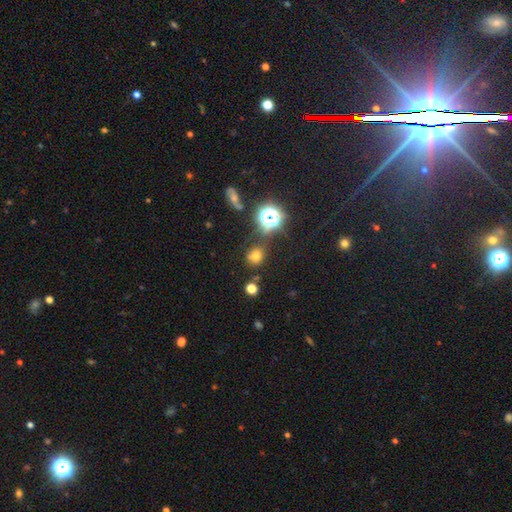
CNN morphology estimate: A smooth galaxy with no disk features (67%) that is round (73%).

Vote fractions:
- Smooth or featured? smooth: 67% / star or artifact: 24% / featured or disk: 8%
- How rounded? round: 73% / in between: 26% / cigar-shaped: 1%
- Merging? none: 75% / minor disturbance: 14% / merger: 6% / major disturbance: 5%